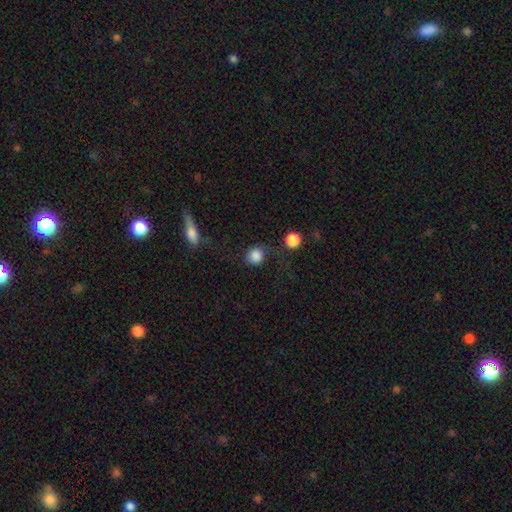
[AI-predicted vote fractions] Overall: smooth (85%). How rounded: round (89%). Merging: none (66%).